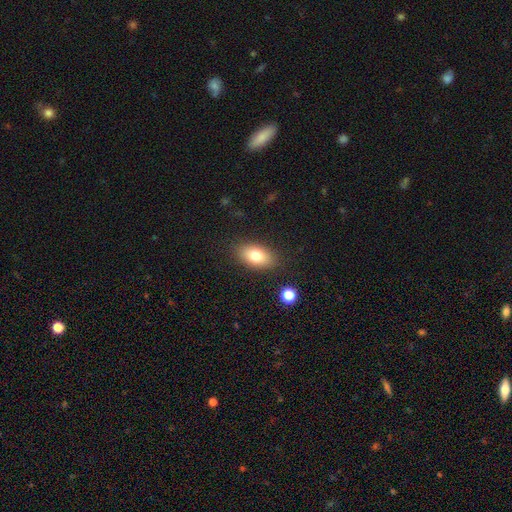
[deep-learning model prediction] Overall: smooth (78%). How rounded: in between (90%). Merging: none (86%).